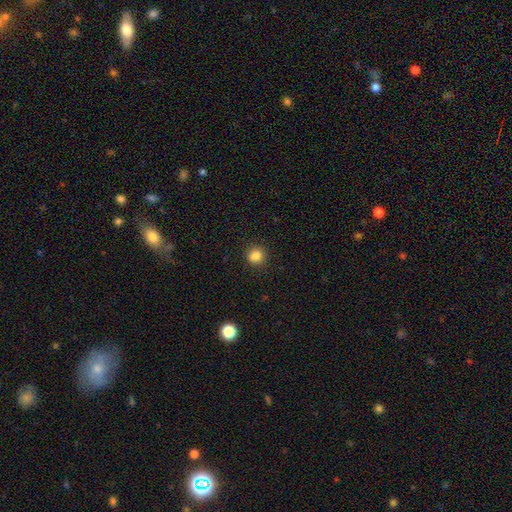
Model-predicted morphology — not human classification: Smooth or featured?
  - smooth: 83% *
  - star or artifact: 12%
  - featured or disk: 5%
How rounded?
  - round: 90% *
  - in between: 9%
  - cigar-shaped: 1%
Merging?
  - none: 87% *
  - minor disturbance: 8%
  - merger: 3%
  - major disturbance: 2%